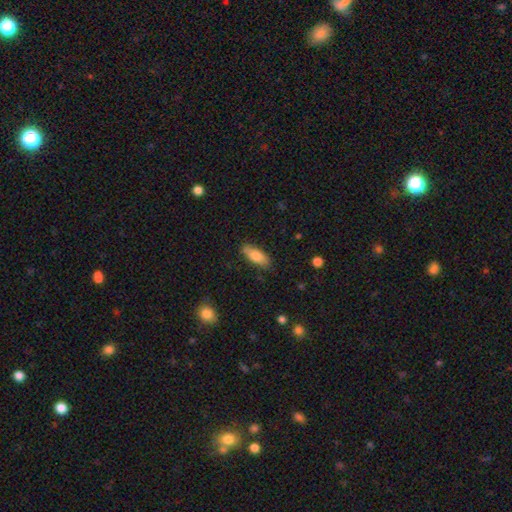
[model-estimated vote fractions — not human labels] The model was most divided on "how rounded": in between: 73%, cigar-shaped: 25%, round: 2%. More confident: merging — none (84%); smooth or featured — smooth (78%).